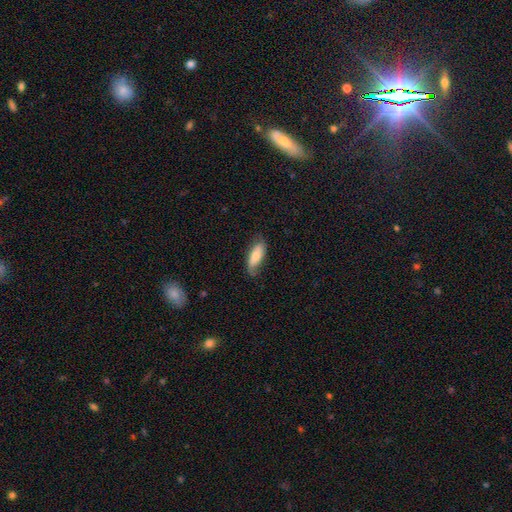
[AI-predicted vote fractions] Overall: smooth (66%; featured or disk 28%). How rounded: in between (72%). Merging: none (66%; minor disturbance 26%).